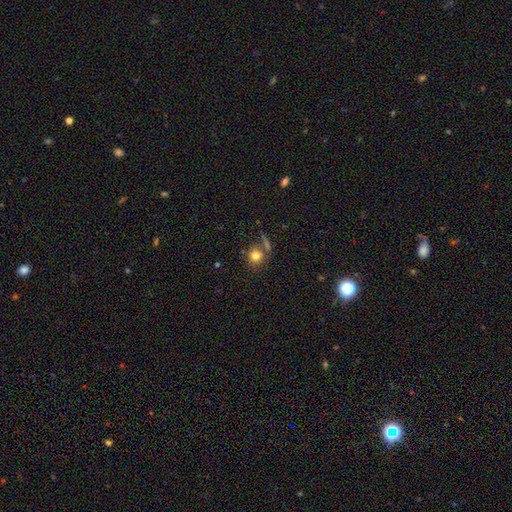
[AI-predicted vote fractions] Q: Smooth or featured?
A: smooth (79%); runner-up: star or artifact (11%)
Q: How rounded?
A: round (81%); runner-up: in between (17%)
Q: Merging?
A: none (65%); runner-up: merger (17%)